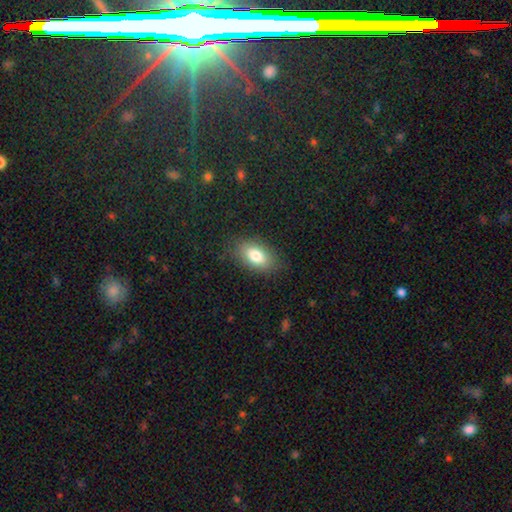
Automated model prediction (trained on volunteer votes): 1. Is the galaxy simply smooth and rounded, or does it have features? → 80% smooth, 12% featured or disk, 8% star or artifact.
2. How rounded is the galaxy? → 91% in between, 7% round, 2% cigar-shaped.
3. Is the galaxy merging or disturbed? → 83% none, 12% minor disturbance, 4% major disturbance, 1% merger.